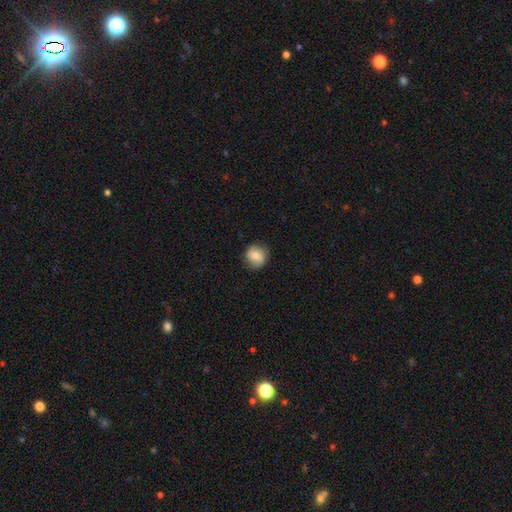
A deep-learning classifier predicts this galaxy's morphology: Smooth or featured? smooth (72%)
How rounded? round (86%)
Merging? none (82%)